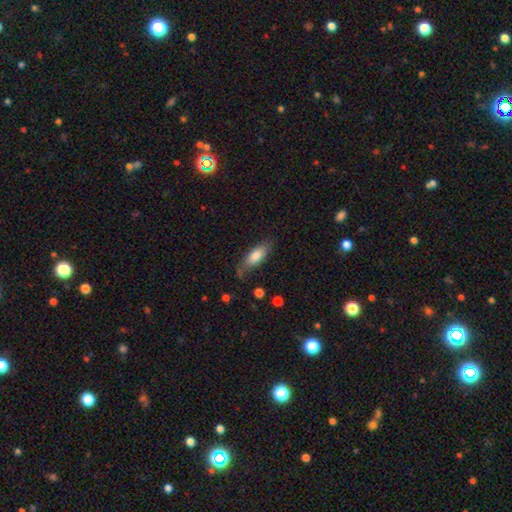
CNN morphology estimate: smooth 76%, featured or disk 18%, star or artifact 6%. Down the decision tree: how rounded — in between (72%); merging — none (66%).